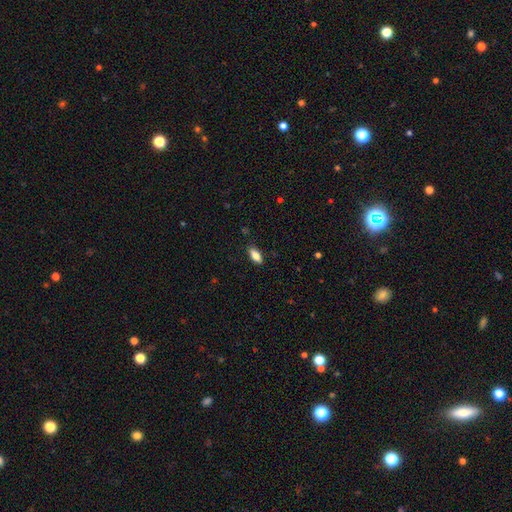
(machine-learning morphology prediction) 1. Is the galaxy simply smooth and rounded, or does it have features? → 80% smooth, 12% featured or disk, 8% star or artifact.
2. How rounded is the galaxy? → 82% in between, 16% cigar-shaped, 3% round.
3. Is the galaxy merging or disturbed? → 85% none, 11% minor disturbance, 2% major disturbance, 1% merger.